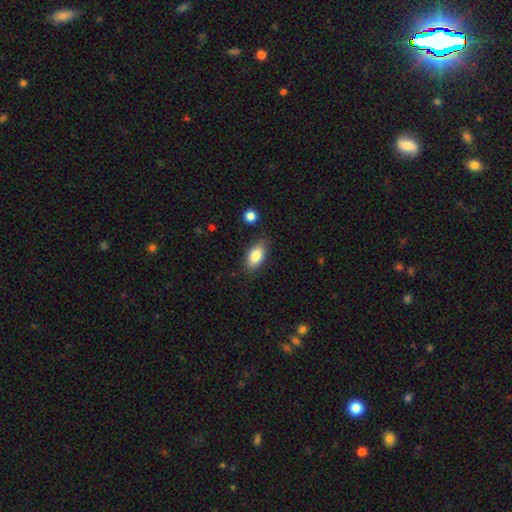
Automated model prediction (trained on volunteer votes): Morphology: type=smooth (84%); roundness=in between (90%); merging=none (81%).